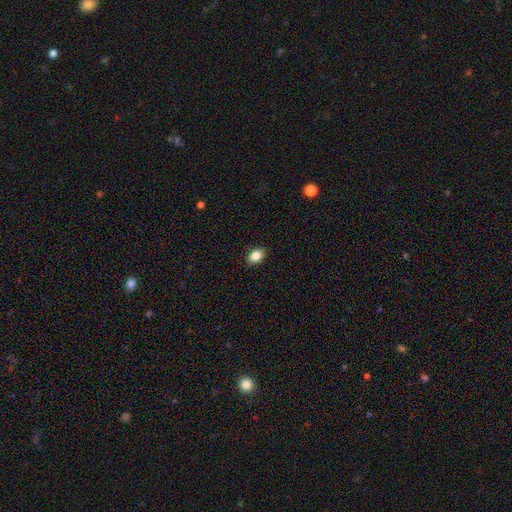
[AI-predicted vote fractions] This appears to be a smooth galaxy with no disk features (85%) that is in between round and cigar-shaped (82%). Merging: none (89%).